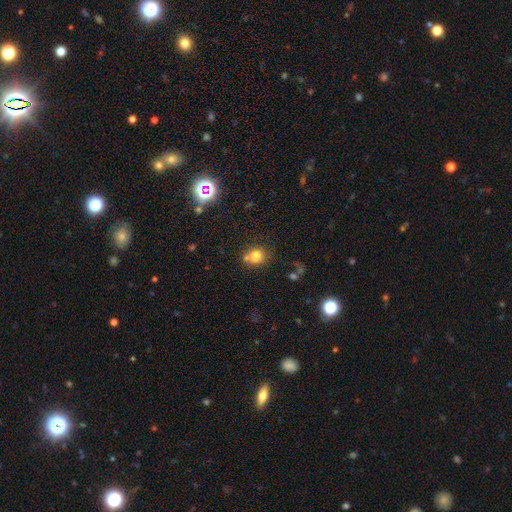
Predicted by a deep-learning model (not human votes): smooth-or-featured: smooth: 74% | star or artifact: 14% | featured or disk: 12%
  how-rounded: round: 76% | in between: 23% | cigar-shaped: 1%
  merging: none: 55% | merger: 26% | minor disturbance: 14% | major disturbance: 5%